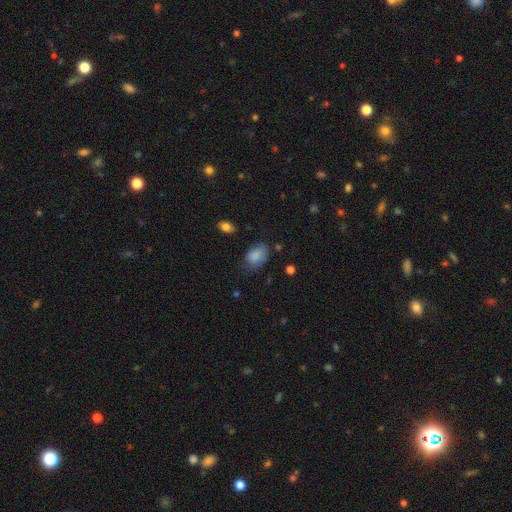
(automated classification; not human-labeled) Smooth or featured?
  - smooth: 84% *
  - star or artifact: 9%
  - featured or disk: 8%
How rounded?
  - in between: 85% *
  - round: 14%
  - cigar-shaped: 1%
Merging?
  - none: 58% *
  - minor disturbance: 30%
  - major disturbance: 10%
  - merger: 2%